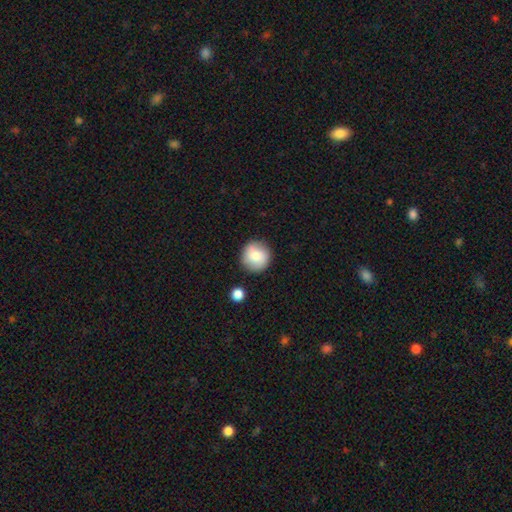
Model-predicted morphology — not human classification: smooth 79%, featured or disk 14%, star or artifact 8%. Down the decision tree: how rounded — round (94%); merging — none (86%).